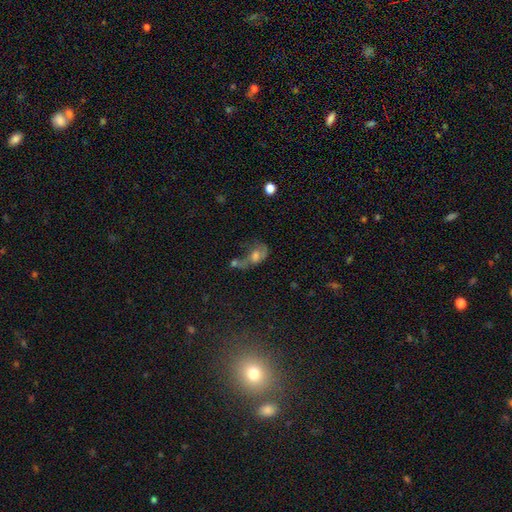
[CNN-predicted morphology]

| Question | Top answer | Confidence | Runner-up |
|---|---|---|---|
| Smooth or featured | smooth | 43% | featured or disk (37%) |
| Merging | merger | 34% | major disturbance (31%) |